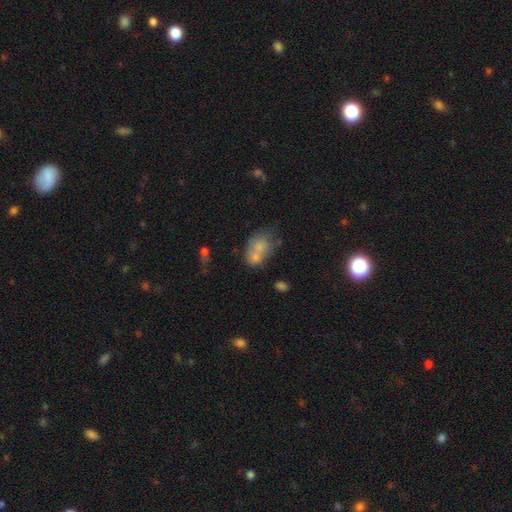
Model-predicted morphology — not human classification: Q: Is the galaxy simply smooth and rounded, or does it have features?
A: smooth — 59%.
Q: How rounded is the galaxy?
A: in between — 65%.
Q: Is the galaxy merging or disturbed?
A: merger — 44%.